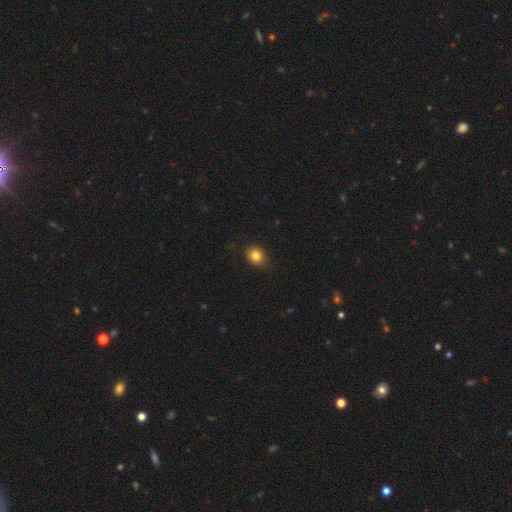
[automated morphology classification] smooth 83%, star or artifact 11%, featured or disk 6%. Down the decision tree: how rounded — round (55%); merging — none (86%).